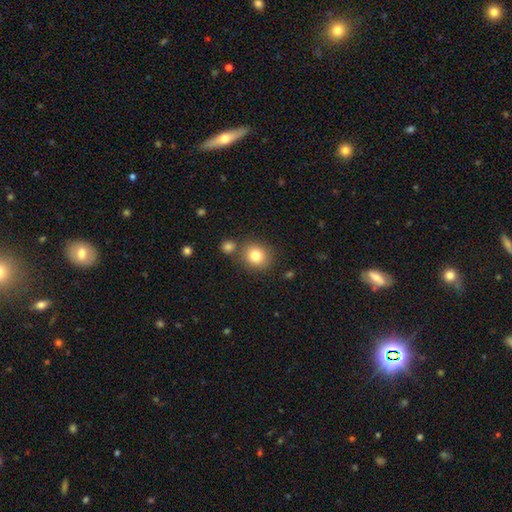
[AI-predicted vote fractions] smooth 81%, star or artifact 11%, featured or disk 8%. Down the decision tree: how rounded — round (81%); merging — none (76%).